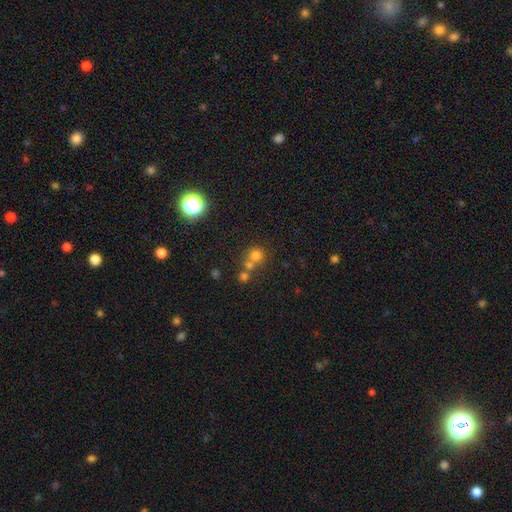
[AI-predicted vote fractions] This appears to be a smooth galaxy with no disk features (70%) that is round (87%). Merging: none (48%).